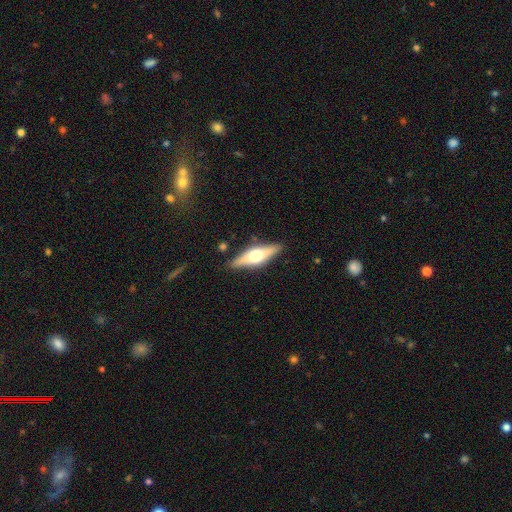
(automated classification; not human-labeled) This appears to be a featured or disk galaxy (59%) viewed edge-on (93%) with a rounded central bulge (93%). Merging: none (85%).